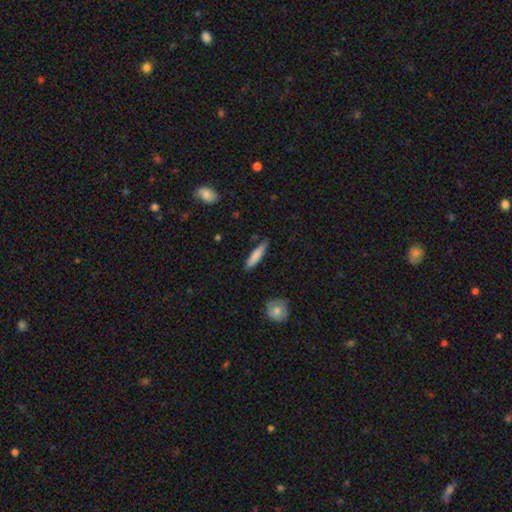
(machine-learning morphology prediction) A smooth galaxy with no disk features (80%) that is cigar-shaped (81%). Merging: none (83%).